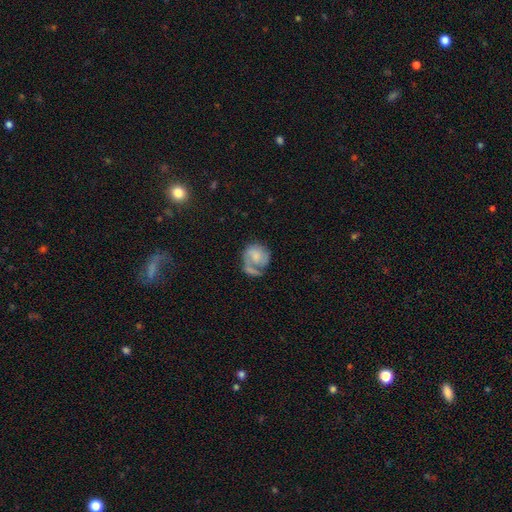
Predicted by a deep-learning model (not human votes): A featured or disk galaxy (57%) with no bar (68%), spiral arms (81%) and a small central bulge (32%). Merging: none (41%).